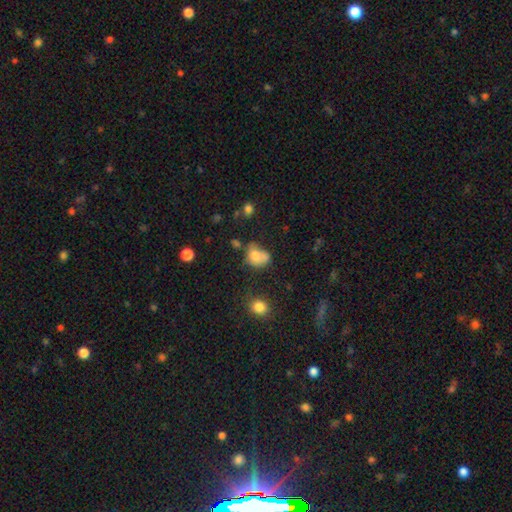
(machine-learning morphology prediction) Smooth or featured?
  - smooth: 71% *
  - featured or disk: 18%
  - star or artifact: 11%
How rounded?
  - in between: 56% *
  - round: 43%
  - cigar-shaped: 1%
Merging?
  - none: 32% *
  - minor disturbance: 28%
  - merger: 21%
  - major disturbance: 19%